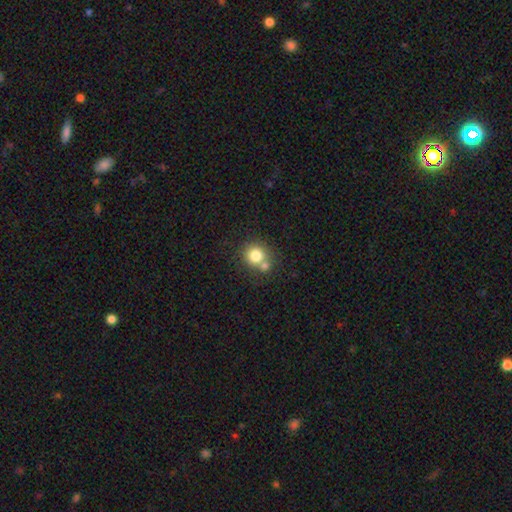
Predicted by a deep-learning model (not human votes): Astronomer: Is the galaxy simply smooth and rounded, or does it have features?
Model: smooth — 79%.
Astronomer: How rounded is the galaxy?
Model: round — 87%.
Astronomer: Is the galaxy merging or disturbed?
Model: none — 55% (runner-up: merger, 34%).